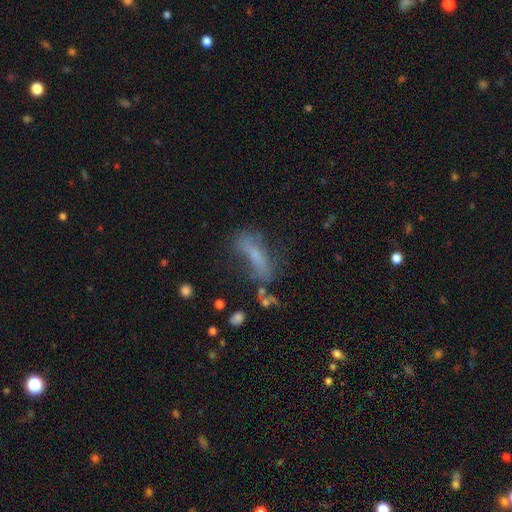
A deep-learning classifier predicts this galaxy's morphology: smooth 50%, featured or disk 35%, star or artifact 15%. Down the decision tree: merging — none (44%).